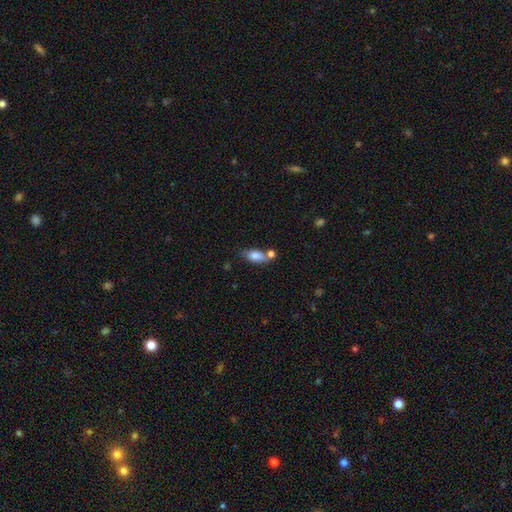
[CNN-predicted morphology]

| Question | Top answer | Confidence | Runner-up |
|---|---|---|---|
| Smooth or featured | smooth | 79% | featured or disk (13%) |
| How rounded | in between | 83% | cigar-shaped (12%) |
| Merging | none | 54% | merger (25%) |